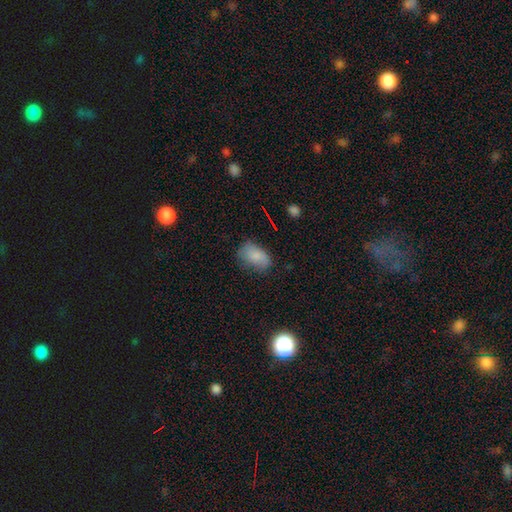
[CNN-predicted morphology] smooth 82%, featured or disk 10%, star or artifact 9%. Down the decision tree: how rounded — in between (88%); merging — none (62%).